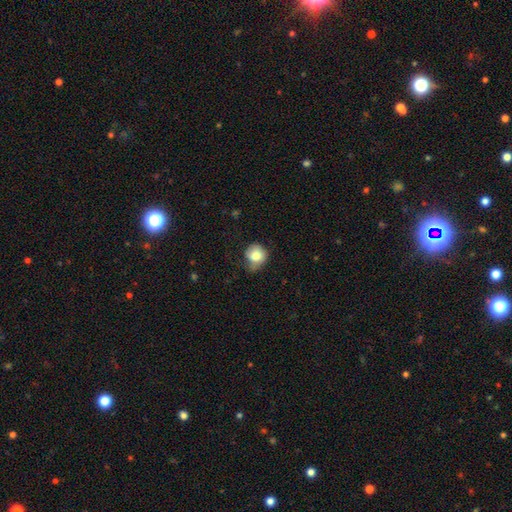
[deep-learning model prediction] Smooth or featured? Predicted: smooth (p=0.82). How rounded? Predicted: round (p=0.82). Merging? Predicted: none (p=0.49).